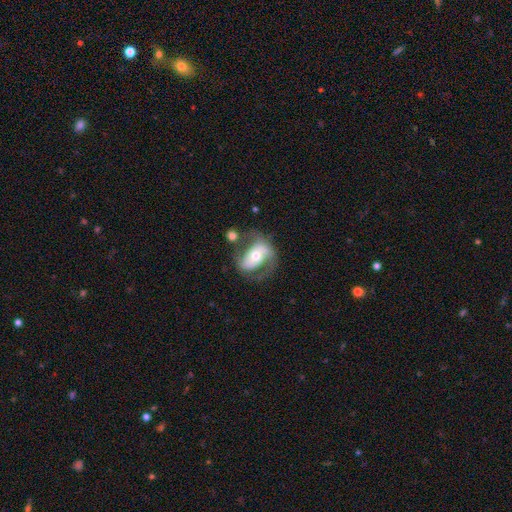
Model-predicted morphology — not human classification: Smooth or featured? featured or disk (70%)
Edge-on disk? no (95%)
Bar? no (45%)
Spiral arms? yes (80%)
Spiral winding? medium (43%)
Spiral arm count? 2 (71%)
Bulge size? moderate (63%)
Merging? none (46%)